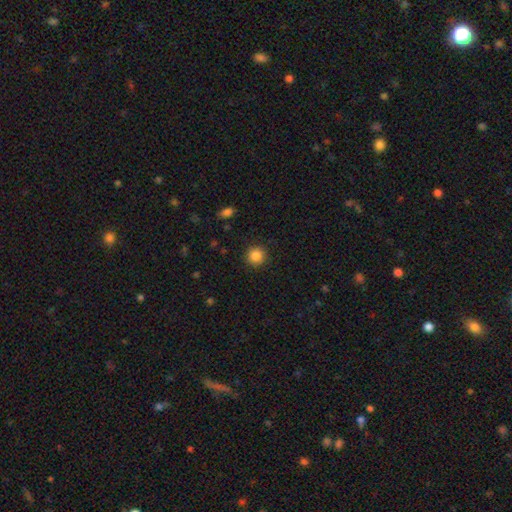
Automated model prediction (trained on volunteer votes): This is clearly a smooth galaxy (86%). How rounded: clearly round (94%). Merging: clearly none (91%).